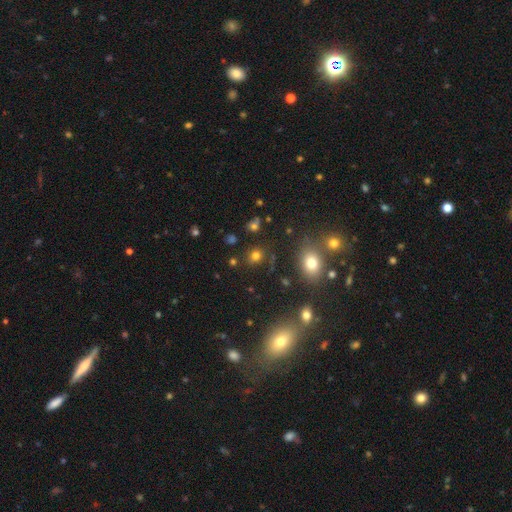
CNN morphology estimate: This is likely a smooth galaxy (73%). How rounded: likely round (68%). Merging: likely none (79%).